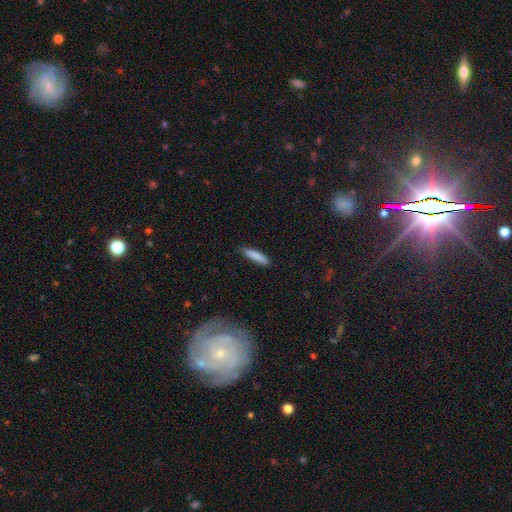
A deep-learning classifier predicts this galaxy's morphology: A smooth galaxy with no disk features (85%) that is cigar-shaped (83%).

Vote fractions:
- Smooth or featured? smooth: 85% / featured or disk: 9% / star or artifact: 6%
- How rounded? cigar-shaped: 83% / in between: 15% / round: 1%
- Merging? none: 85% / minor disturbance: 11% / major disturbance: 2% / merger: 1%